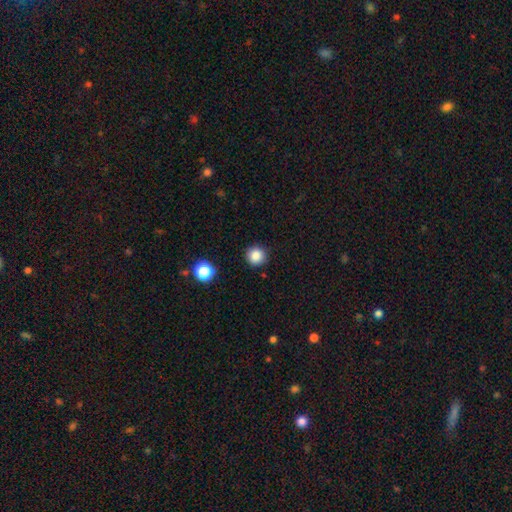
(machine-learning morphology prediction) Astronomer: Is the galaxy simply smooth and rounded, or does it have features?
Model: smooth — 85%.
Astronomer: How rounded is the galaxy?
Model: round — 94%.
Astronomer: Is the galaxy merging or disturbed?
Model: none — 90%.